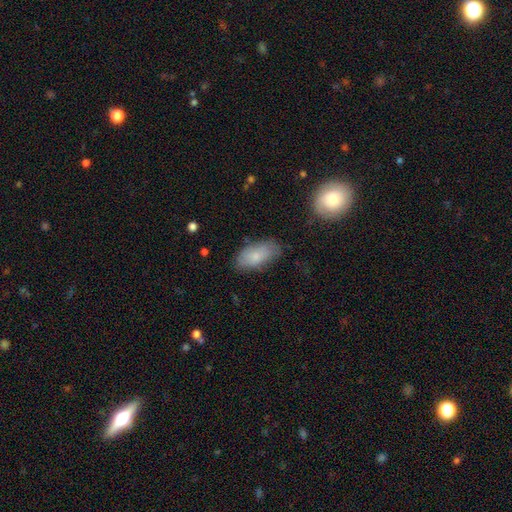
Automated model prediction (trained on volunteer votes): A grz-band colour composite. It shows a smooth galaxy with no disk features (80%) that is in between round and cigar-shaped (92%). Merging: none (72%).